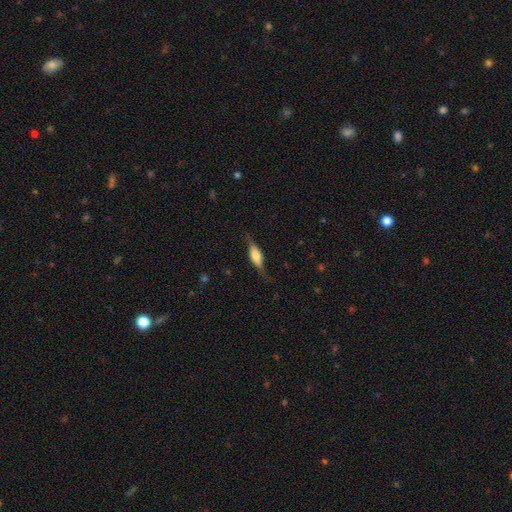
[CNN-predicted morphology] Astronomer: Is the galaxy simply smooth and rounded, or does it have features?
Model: featured or disk — 50% (runner-up: smooth, 43%).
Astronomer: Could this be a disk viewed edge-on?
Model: yes — 79%.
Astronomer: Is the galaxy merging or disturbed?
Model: none — 69%.